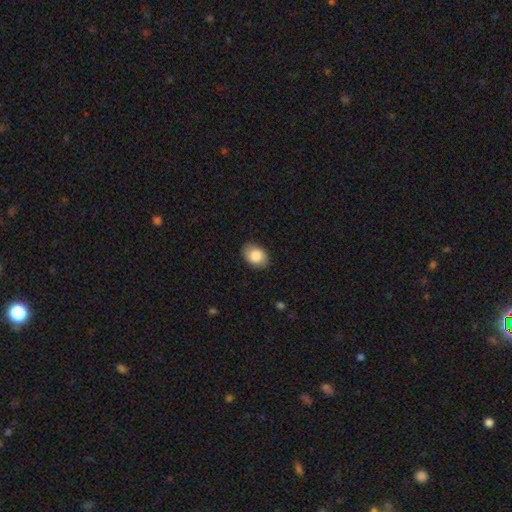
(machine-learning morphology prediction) Smooth or featured: smooth — 85% (featured or disk — 8%)
How rounded: in between — 78% (round — 21%)
Merging: none — 87% (minor disturbance — 10%)